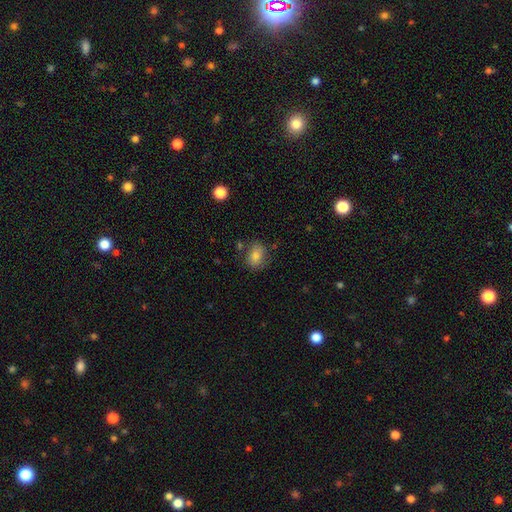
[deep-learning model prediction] Morphology: type=smooth (78%); roundness=in between (62%); merging=none (73%).